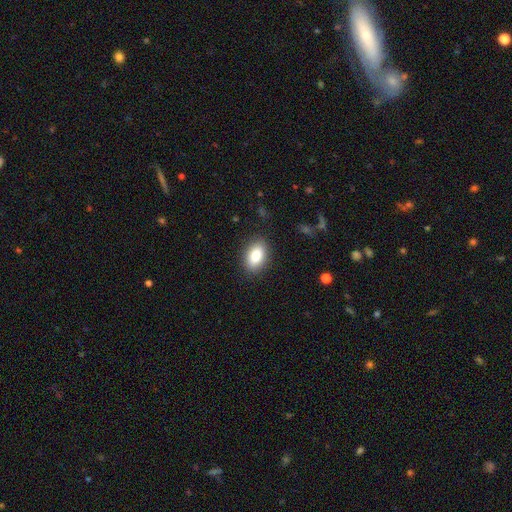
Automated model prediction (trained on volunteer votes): A smooth galaxy with no disk features (86%) that is in between round and cigar-shaped (90%). Merging: none (87%).